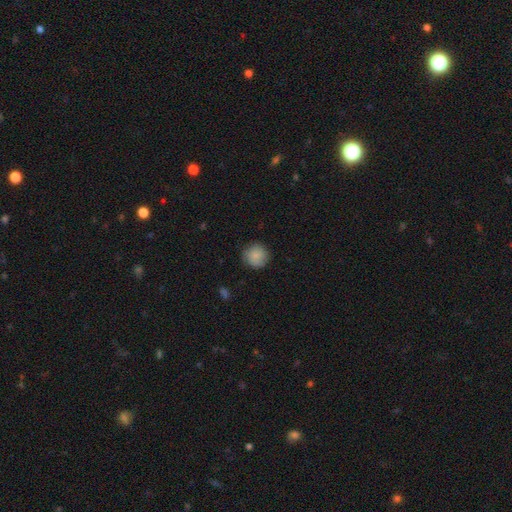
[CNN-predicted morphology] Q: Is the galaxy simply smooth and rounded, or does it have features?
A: smooth — 84%.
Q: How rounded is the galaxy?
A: round — 93%.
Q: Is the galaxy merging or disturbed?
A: none — 81%.